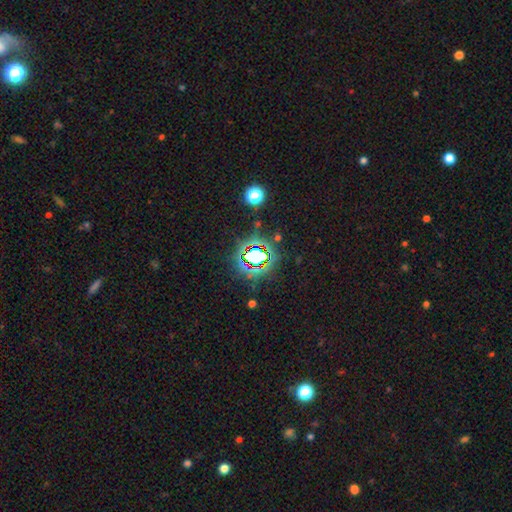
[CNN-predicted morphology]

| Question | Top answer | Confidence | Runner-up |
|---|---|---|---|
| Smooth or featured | star or artifact | 69% | smooth (19%) |